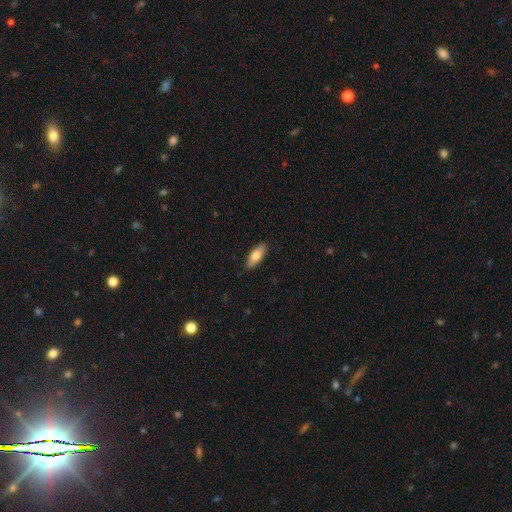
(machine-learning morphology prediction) smooth 73%, featured or disk 21%, star or artifact 6%. Down the decision tree: how rounded — in between (69%); merging — none (89%).